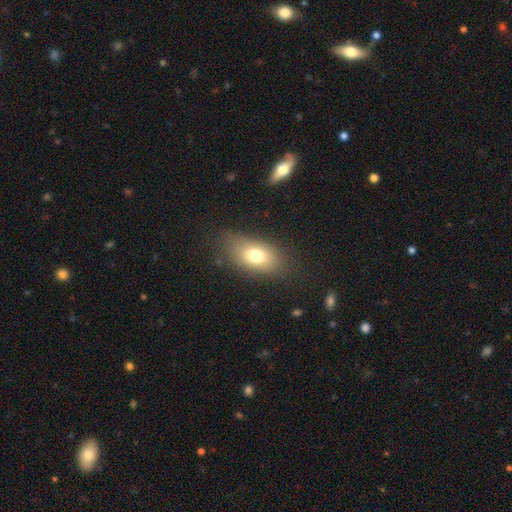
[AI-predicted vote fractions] smooth_or_featured: smooth (p=0.74) [alt: featured or disk p=0.16]
how_rounded: in between (p=0.86) [alt: round p=0.11]
merging: none (p=0.76) [alt: minor disturbance p=0.16]